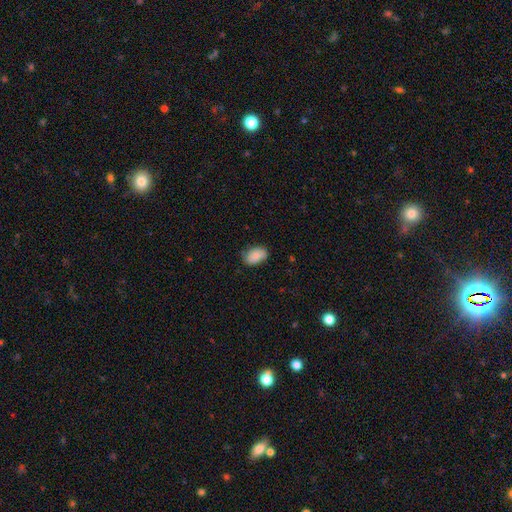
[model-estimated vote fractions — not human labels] Smooth or featured? smooth (84%)
How rounded? in between (90%)
Merging? none (76%)